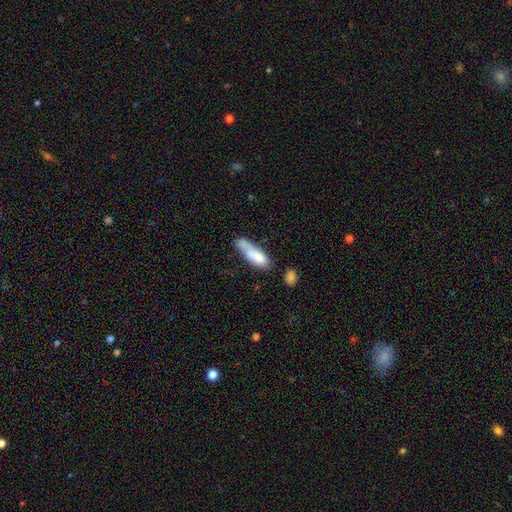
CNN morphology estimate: Smooth or featured?
  - smooth: 72% *
  - featured or disk: 21%
  - star or artifact: 7%
How rounded?
  - in between: 53% *
  - cigar-shaped: 45%
  - round: 2%
Merging?
  - merger: 33% *
  - none: 30%
  - minor disturbance: 23%
  - major disturbance: 14%